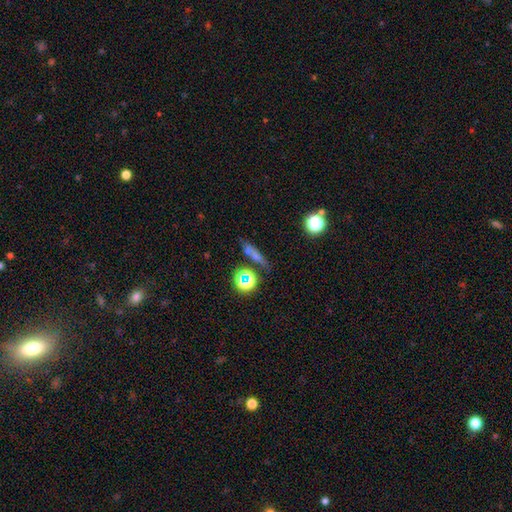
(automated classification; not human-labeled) Smooth or featured? smooth (48%)
Merging? none (71%)